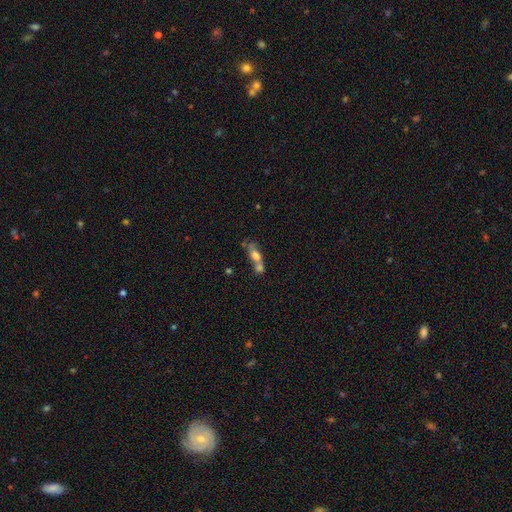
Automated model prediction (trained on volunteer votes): smooth 65%, featured or disk 24%, star or artifact 11%. Down the decision tree: how rounded — in between (65%); merging — merger (63%).